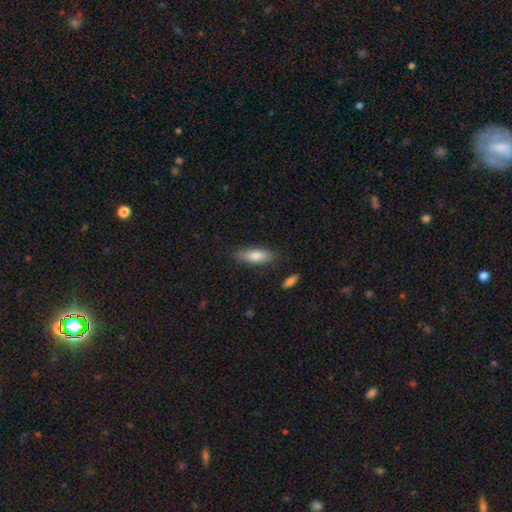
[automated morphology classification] Smooth or featured? smooth (78%)
How rounded? in between (58%)
Merging? none (82%)